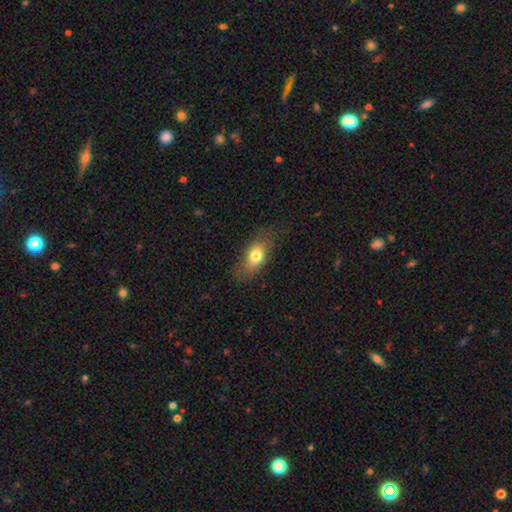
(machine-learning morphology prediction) The model was most divided on "merging": none: 71%, minor disturbance: 19%, major disturbance: 8%, merger: 1%. More confident: how rounded — in between (82%); smooth or featured — smooth (75%).